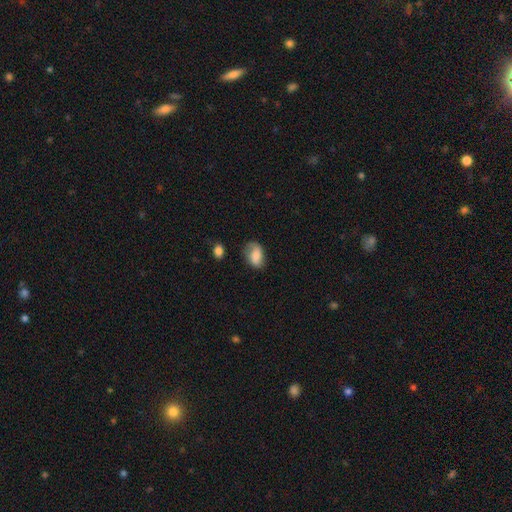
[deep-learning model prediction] Smooth or featured? Predicted: smooth (p=0.71). How rounded? Predicted: in between (p=0.84). Merging? Predicted: none (p=0.53).